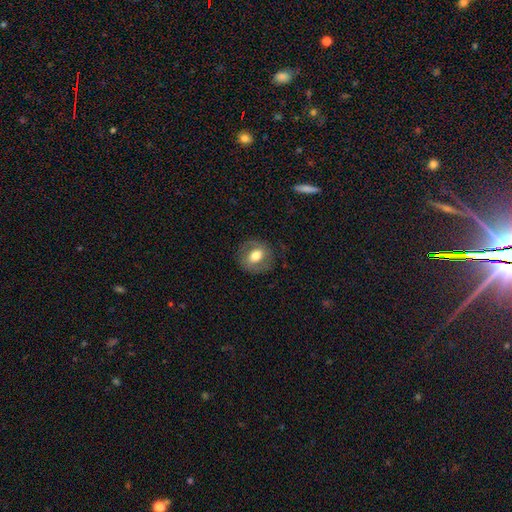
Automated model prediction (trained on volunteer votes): This appears to be a smooth galaxy with no disk features (59%) that is round (62%). Merging: none (79%).